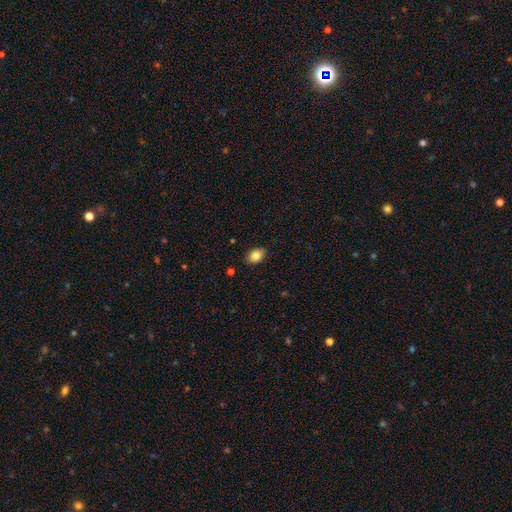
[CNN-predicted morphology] A smooth galaxy with no disk features (85%) that is in between round and cigar-shaped (85%). Merging: none (88%).